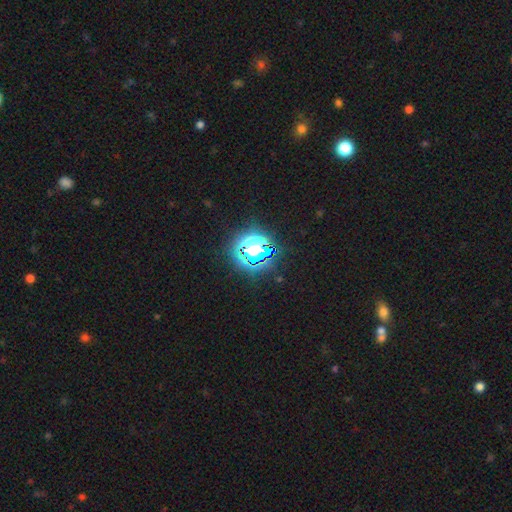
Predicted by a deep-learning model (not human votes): Smooth or featured?
  - star or artifact: 72% *
  - smooth: 19%
  - featured or disk: 9%